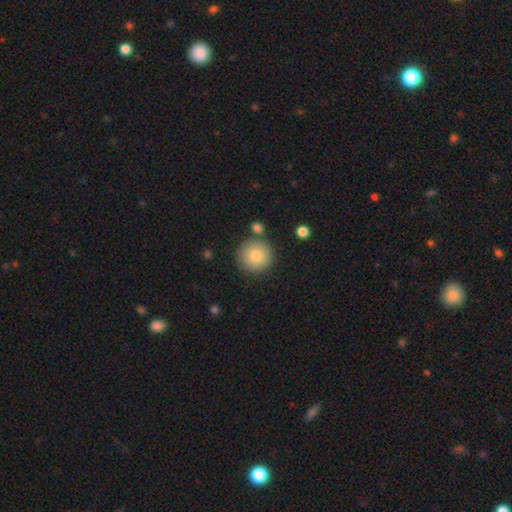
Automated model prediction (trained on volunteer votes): Smooth or featured?
  - smooth: 82% *
  - featured or disk: 9%
  - star or artifact: 9%
How rounded?
  - round: 95% *
  - in between: 4%
  - cigar-shaped: 1%
Merging?
  - none: 83% *
  - minor disturbance: 8%
  - merger: 6%
  - major disturbance: 2%